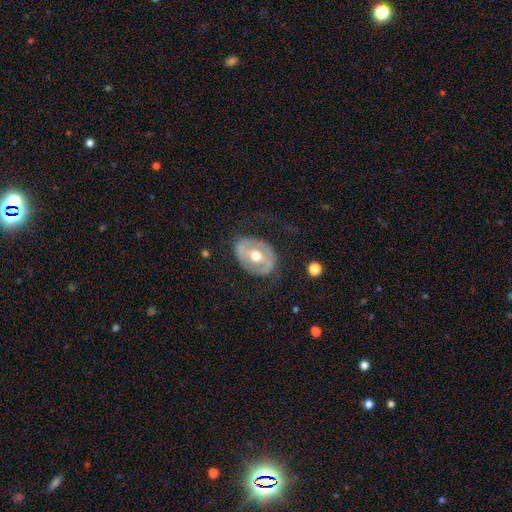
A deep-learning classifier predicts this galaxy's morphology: A featured or disk galaxy (68%) with no bar (41%), no spiral arms (57%) and a moderate central bulge (78%).

Vote fractions:
- Smooth or featured? featured or disk: 68% / smooth: 26% / star or artifact: 5%
- Edge-on disk? no: 95% / yes: 5%
- Bar? no: 41% / weak: 32% / strong: 27%
- Spiral arms? no: 57% / yes: 43%
- Bulge size? moderate: 78% / small: 11% / large: 8% / dominant: 1% / none: 1%
- Merging? none: 69% / minor disturbance: 17% / major disturbance: 13% / merger: 1%